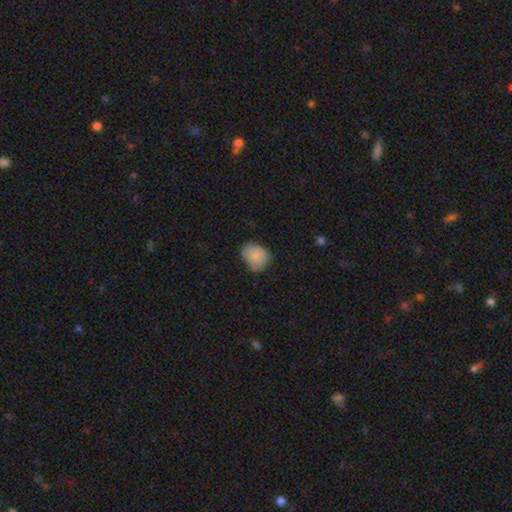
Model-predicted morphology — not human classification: Smooth or featured?
  - smooth: 80% *
  - featured or disk: 12%
  - star or artifact: 8%
How rounded?
  - round: 51% *
  - in between: 48%
  - cigar-shaped: 1%
Merging?
  - none: 56% *
  - minor disturbance: 34%
  - major disturbance: 7%
  - merger: 2%